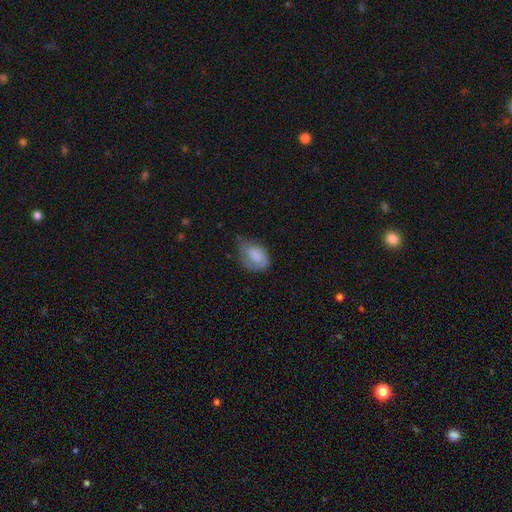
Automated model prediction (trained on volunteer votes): This is likely a smooth galaxy (73%). How rounded: clearly in between (80%). Merging: marginally none (43%).